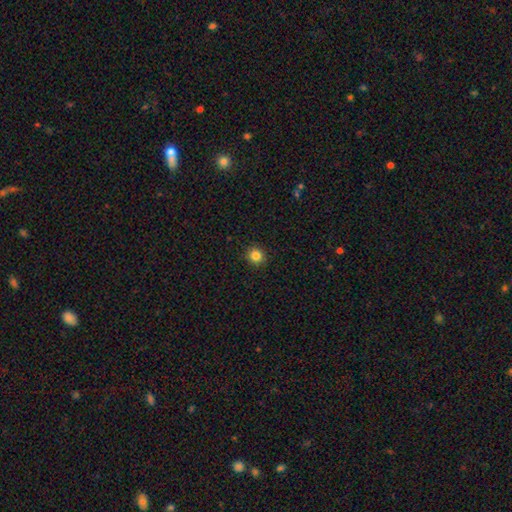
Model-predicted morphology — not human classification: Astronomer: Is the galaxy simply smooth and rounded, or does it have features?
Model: smooth — 84%.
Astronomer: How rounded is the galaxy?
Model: round — 92%.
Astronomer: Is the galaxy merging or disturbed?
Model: none — 92%.